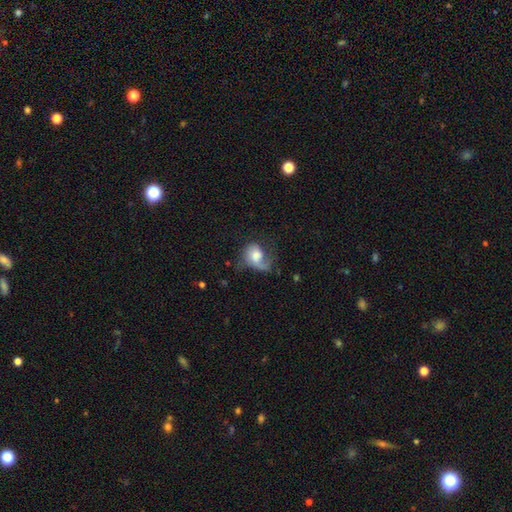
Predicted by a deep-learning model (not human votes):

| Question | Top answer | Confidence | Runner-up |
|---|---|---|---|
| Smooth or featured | featured or disk | 47% | smooth (45%) |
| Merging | major disturbance | 42% | none (30%) |